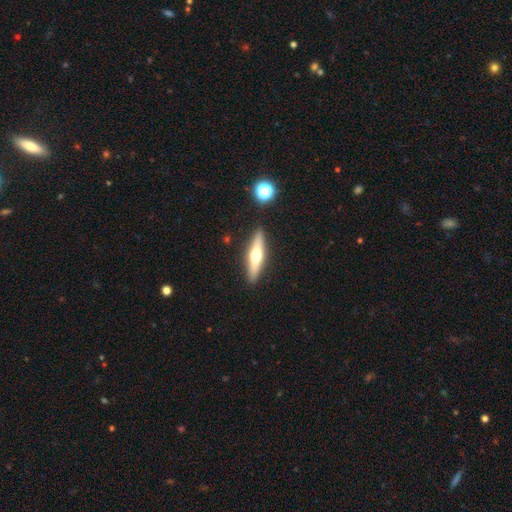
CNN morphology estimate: A featured or disk galaxy (56%) viewed edge-on (93%) with a rounded central bulge (94%).

Vote fractions:
- Smooth or featured? featured or disk: 56% / smooth: 38% / star or artifact: 6%
- Edge-on disk? yes: 93% / no: 7%
- Edge-on bulge? rounded: 94% / none: 4% / boxy: 3%
- Merging? none: 89% / minor disturbance: 7% / merger: 2% / major disturbance: 2%